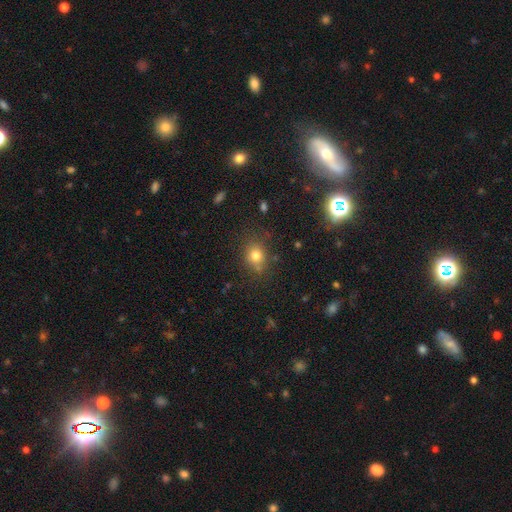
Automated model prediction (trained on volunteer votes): This is likely a smooth galaxy (77%). How rounded: likely round (68%). Merging: likely none (76%).